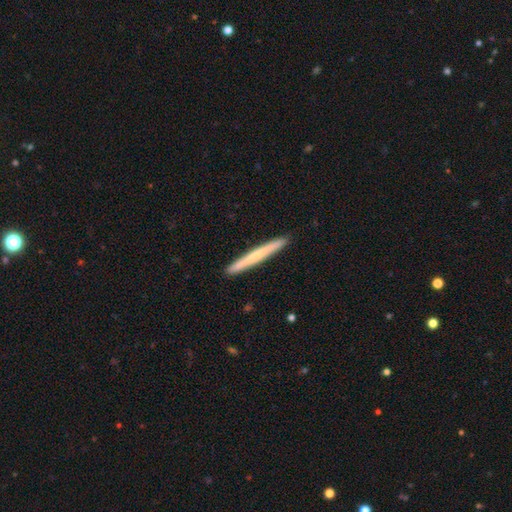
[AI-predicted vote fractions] This is possibly a smooth galaxy (57%). How rounded: clearly cigar-shaped (97%). Merging: clearly none (93%).